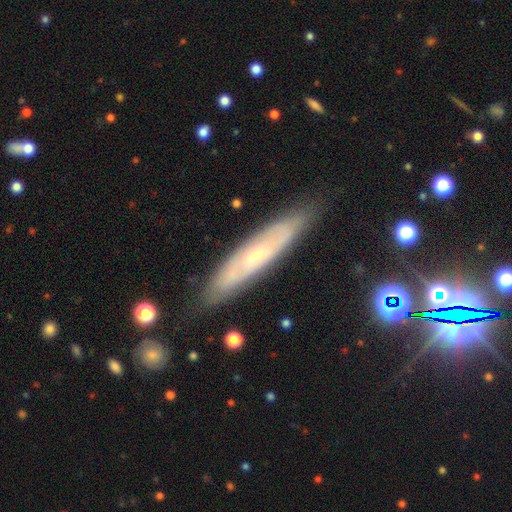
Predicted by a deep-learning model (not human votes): Overall: featured or disk (63%; smooth 30%). Edge-on disk: no (54%; yes 46%). Merging: none (83%).